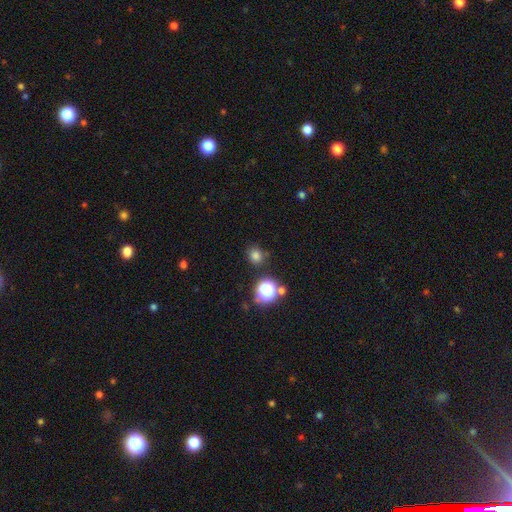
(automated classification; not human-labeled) Smooth or featured: smooth — 75% (star or artifact — 20%)
How rounded: round — 79% (in between — 20%)
Merging: none — 81% (minor disturbance — 11%)